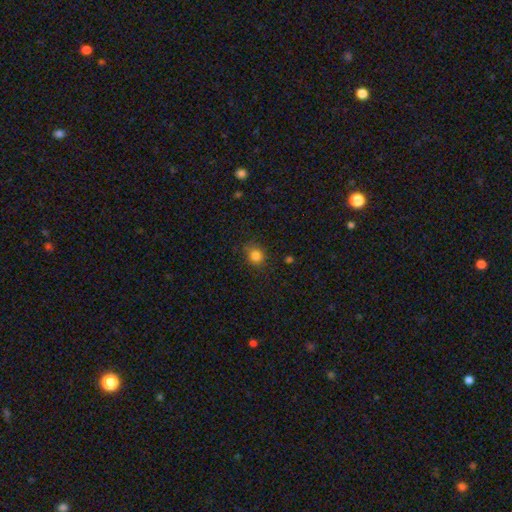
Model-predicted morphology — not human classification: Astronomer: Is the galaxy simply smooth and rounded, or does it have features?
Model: smooth — 83%.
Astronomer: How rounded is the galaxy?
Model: round — 78%.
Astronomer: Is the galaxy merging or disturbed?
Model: none — 81%.